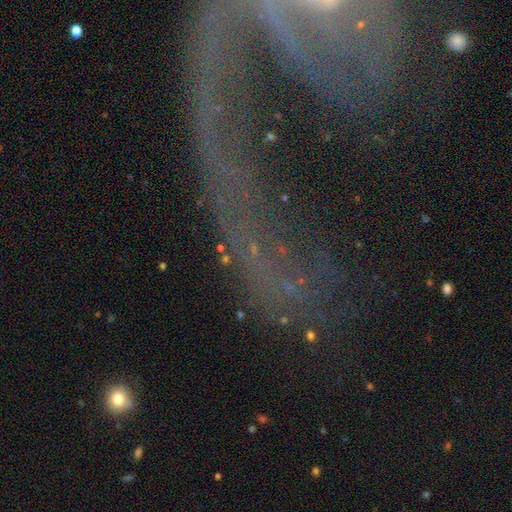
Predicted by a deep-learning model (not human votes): A featured or disk galaxy (57%). Merging: none (43%).